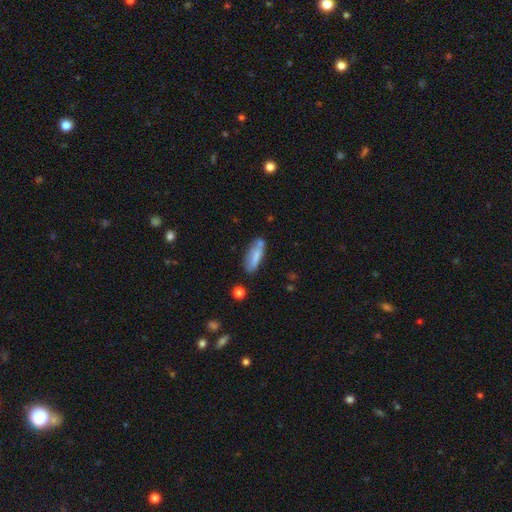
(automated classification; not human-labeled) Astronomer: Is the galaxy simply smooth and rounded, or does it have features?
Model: smooth — 74%.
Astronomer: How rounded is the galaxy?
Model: cigar-shaped — 50% (runner-up: in between, 48%).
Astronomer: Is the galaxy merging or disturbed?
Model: none — 61%.